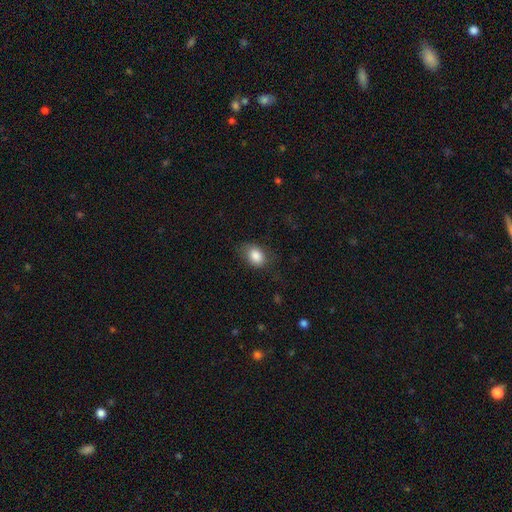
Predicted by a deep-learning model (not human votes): A smooth galaxy with no disk features (86%) that is in between round and cigar-shaped (79%).

Vote fractions:
- Smooth or featured? smooth: 86% / star or artifact: 8% / featured or disk: 6%
- How rounded? in between: 79% / round: 20% / cigar-shaped: 1%
- Merging? none: 66% / minor disturbance: 24% / major disturbance: 9% / merger: 1%